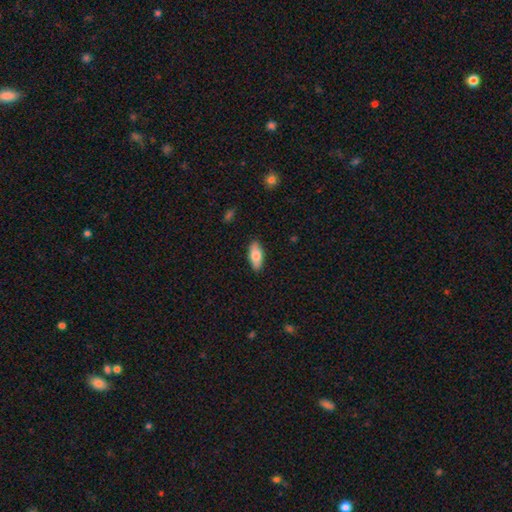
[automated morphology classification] smooth-or-featured: smooth: 79% | featured or disk: 16% | star or artifact: 6%
  how-rounded: in between: 85% | cigar-shaped: 13% | round: 2%
  merging: none: 88% | minor disturbance: 9% | major disturbance: 2% | merger: 1%